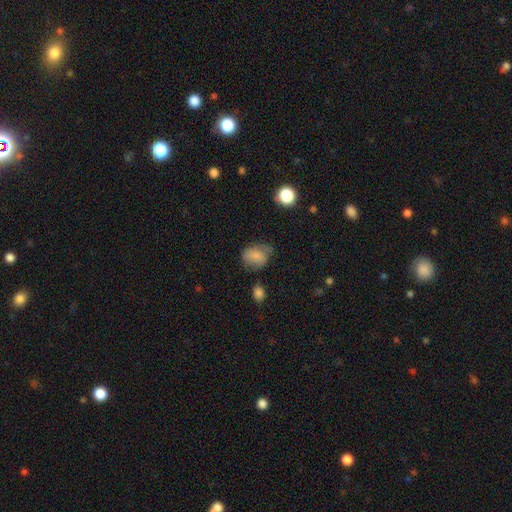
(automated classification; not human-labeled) Smooth or featured?
  - smooth: 77% *
  - featured or disk: 13%
  - star or artifact: 10%
How rounded?
  - in between: 63% *
  - round: 36%
  - cigar-shaped: 1%
Merging?
  - none: 48% *
  - minor disturbance: 35%
  - major disturbance: 13%
  - merger: 3%